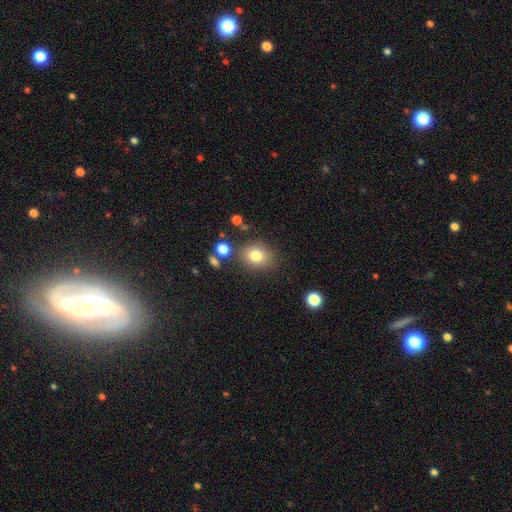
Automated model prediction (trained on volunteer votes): This appears to be a smooth galaxy with no disk features (80%) that is round (56%). Merging: none (79%).